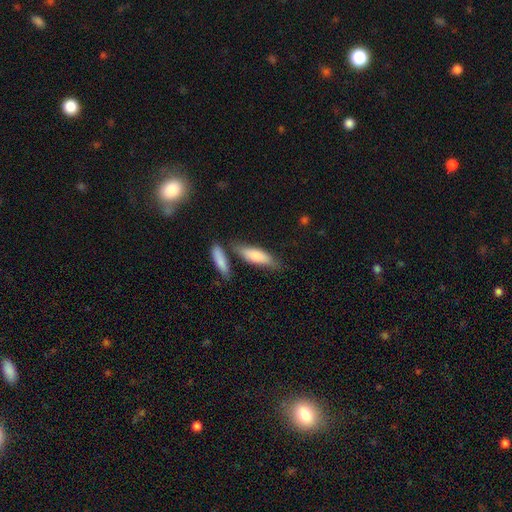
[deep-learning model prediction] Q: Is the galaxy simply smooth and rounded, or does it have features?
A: smooth — 76%.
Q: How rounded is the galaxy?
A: cigar-shaped — 55%.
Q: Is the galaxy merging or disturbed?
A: none — 64%.